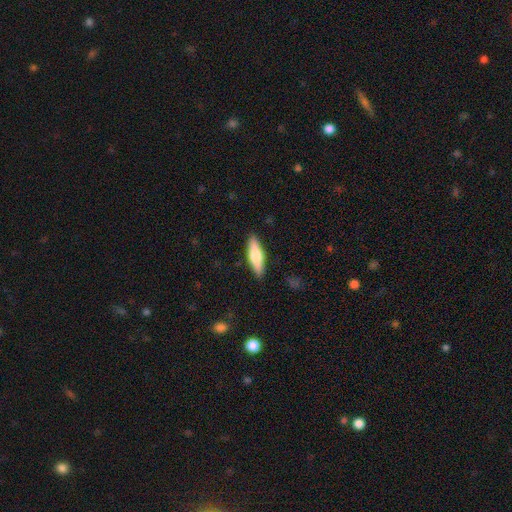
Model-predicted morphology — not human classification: smooth_or_featured: smooth (p=0.69) [alt: featured or disk p=0.25]
how_rounded: cigar-shaped (p=0.57) [alt: in between p=0.41]
merging: none (p=0.88) [alt: minor disturbance p=0.09]